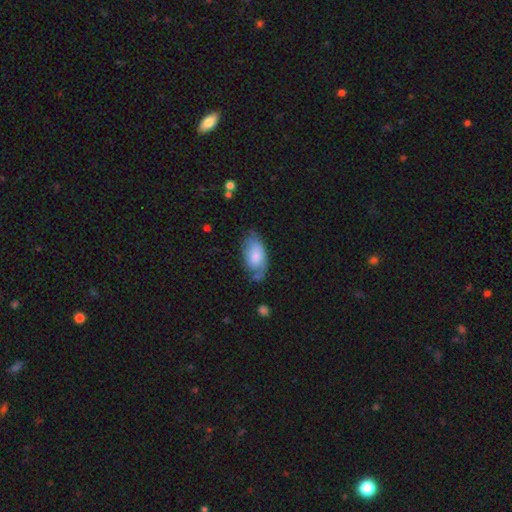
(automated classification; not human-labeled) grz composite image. It shows a smooth galaxy with no disk features (62%) that is in between round and cigar-shaped (93%). Merging: none (50%).